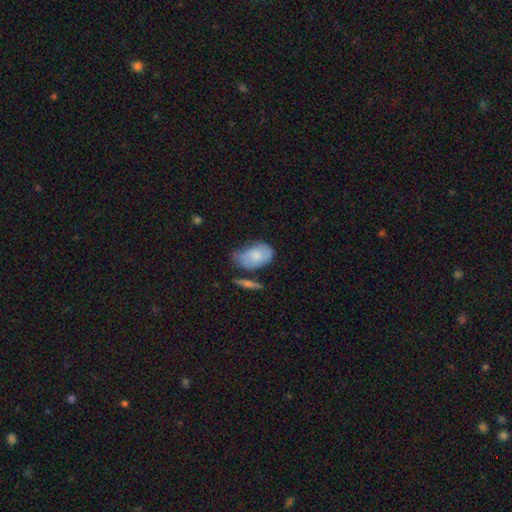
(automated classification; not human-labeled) The model was most divided on "merging": none: 44%, minor disturbance: 36%, major disturbance: 11%, merger: 9%. More confident: how rounded — in between (91%); smooth or featured — smooth (74%).